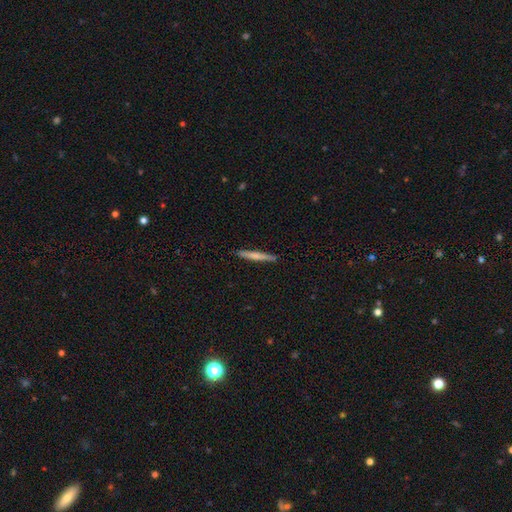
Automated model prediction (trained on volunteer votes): Q: Smooth or featured?
A: smooth (61%); runner-up: featured or disk (34%)
Q: How rounded?
A: cigar-shaped (95%); runner-up: in between (3%)
Q: Merging?
A: none (90%); runner-up: minor disturbance (8%)